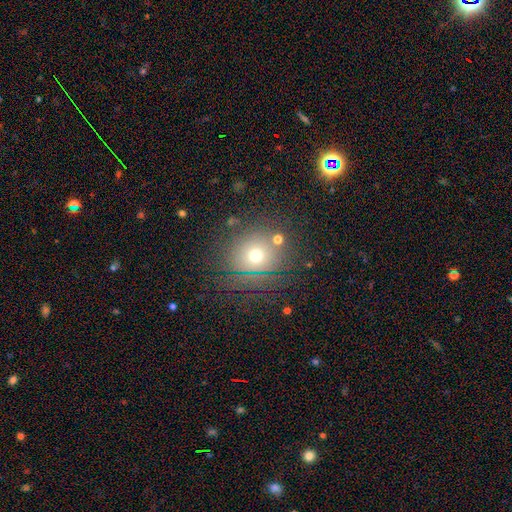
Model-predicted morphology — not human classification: This is likely a smooth galaxy (65%). How rounded: clearly round (83%). Merging: likely none (78%).